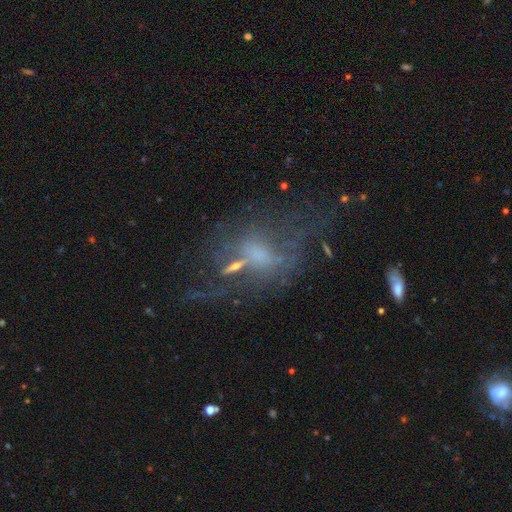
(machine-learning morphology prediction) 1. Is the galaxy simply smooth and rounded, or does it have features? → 56% featured or disk, 24% smooth, 20% star or artifact.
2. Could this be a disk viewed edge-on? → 91% no, 9% yes.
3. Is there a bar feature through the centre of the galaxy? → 64% no, 27% weak, 9% strong.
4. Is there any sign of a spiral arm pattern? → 65% no, 35% yes.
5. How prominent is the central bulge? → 36% small, 30% moderate, 26% none, 6% large, 2% dominant.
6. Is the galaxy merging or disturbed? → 36% major disturbance, 34% none, 17% minor disturbance, 13% merger.